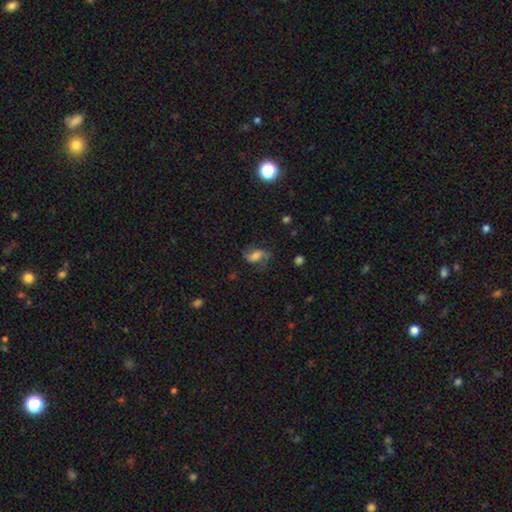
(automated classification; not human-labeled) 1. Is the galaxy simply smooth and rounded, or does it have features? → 45% featured or disk, 44% smooth, 11% star or artifact.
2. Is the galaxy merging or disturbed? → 64% none, 22% minor disturbance, 13% major disturbance, 2% merger.